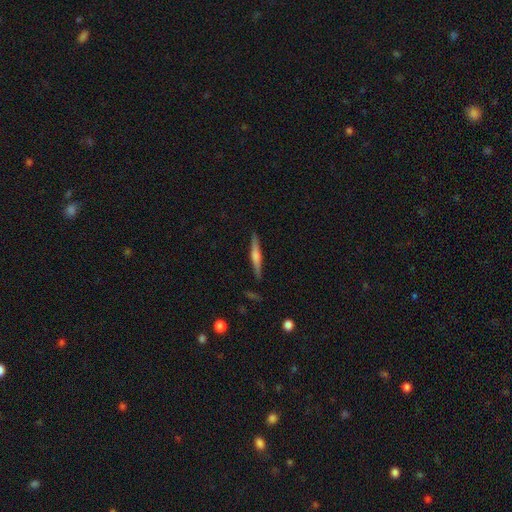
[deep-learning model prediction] This appears to be a featured or disk galaxy (62%) viewed edge-on (98%) with a rounded central bulge (73%). Merging: none (90%).